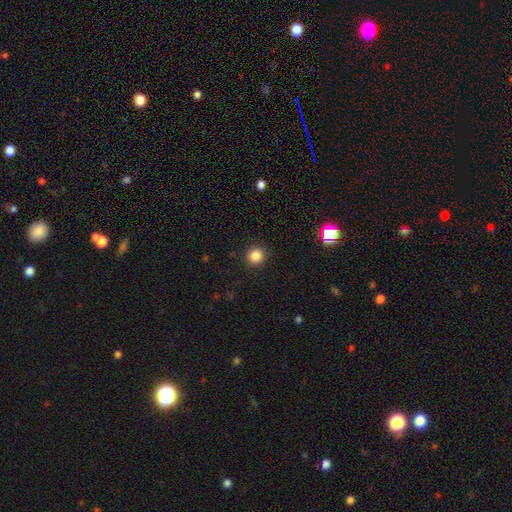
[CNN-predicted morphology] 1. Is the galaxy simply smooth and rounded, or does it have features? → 84% smooth, 12% star or artifact, 4% featured or disk.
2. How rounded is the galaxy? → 93% round, 6% in between, 1% cigar-shaped.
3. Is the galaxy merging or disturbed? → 92% none, 5% minor disturbance, 2% major disturbance, 1% merger.